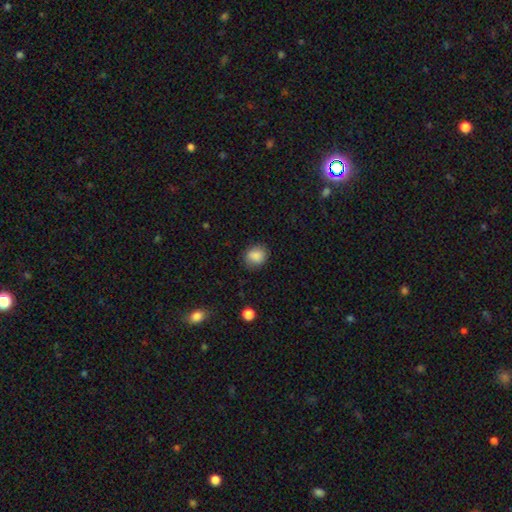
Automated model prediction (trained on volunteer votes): smooth 86%, star or artifact 9%, featured or disk 5%. Down the decision tree: how rounded — round (61%); merging — none (79%).